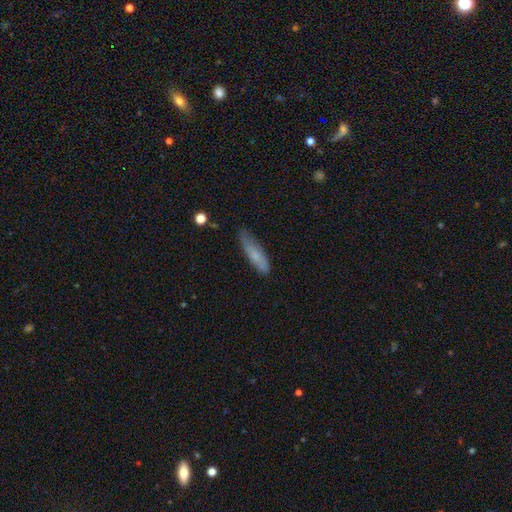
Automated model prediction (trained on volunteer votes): Smooth or featured?
  - smooth: 72% *
  - featured or disk: 22%
  - star or artifact: 6%
How rounded?
  - cigar-shaped: 71% *
  - in between: 27%
  - round: 2%
Merging?
  - none: 68% *
  - minor disturbance: 26%
  - major disturbance: 4%
  - merger: 2%